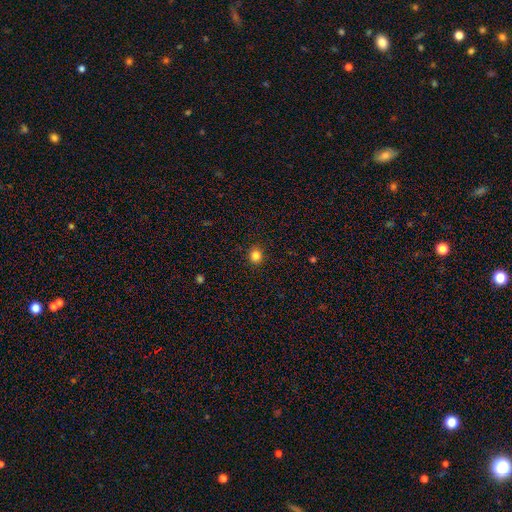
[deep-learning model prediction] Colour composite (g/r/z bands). It shows a smooth galaxy with no disk features (84%) that is round (77%). Merging: none (91%).